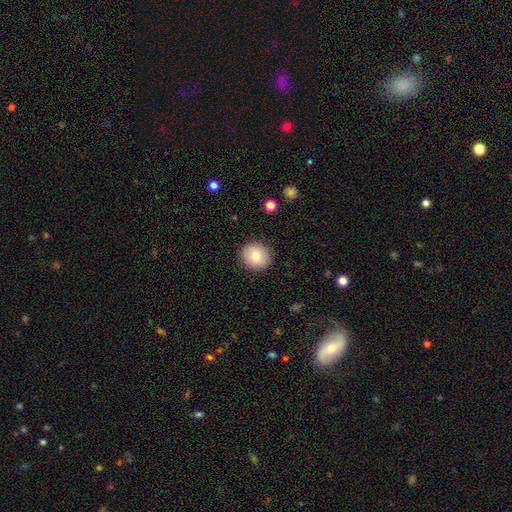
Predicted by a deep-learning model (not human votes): This appears to be a smooth galaxy with no disk features (78%) that is round (86%). Merging: none (90%).